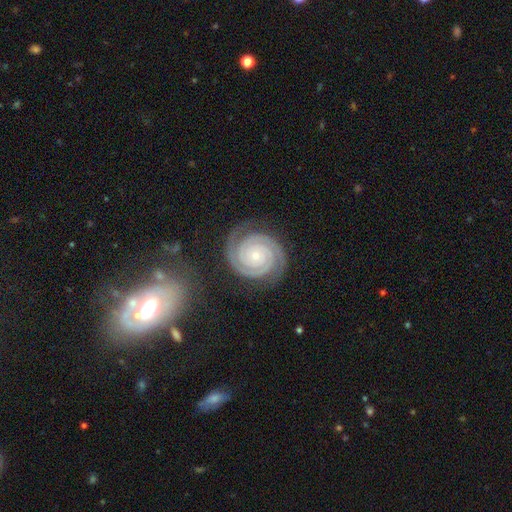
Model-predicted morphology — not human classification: Overall: featured or disk (92%). Edge-on disk: no (98%). Bar: no (78%). Spiral arms: yes (99%). Spiral arm count: 2 (84%). Spiral winding: tight (88%). Bulge size: small (77%). Merging: none (84%).